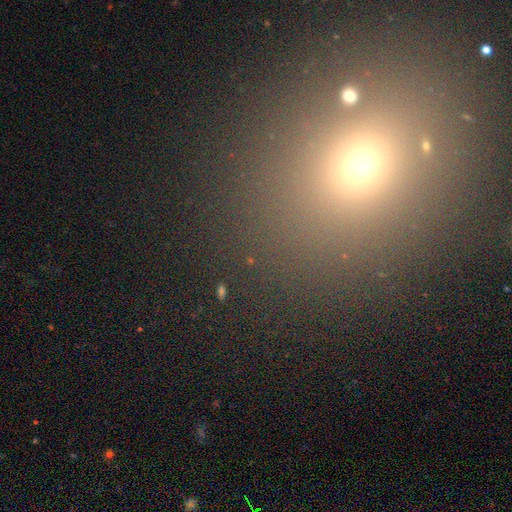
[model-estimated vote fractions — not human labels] Smooth or featured?
  - smooth: 56% *
  - star or artifact: 34%
  - featured or disk: 10%
How rounded?
  - round: 68% *
  - in between: 30%
  - cigar-shaped: 2%
Merging?
  - none: 81% *
  - minor disturbance: 8%
  - merger: 6%
  - major disturbance: 4%